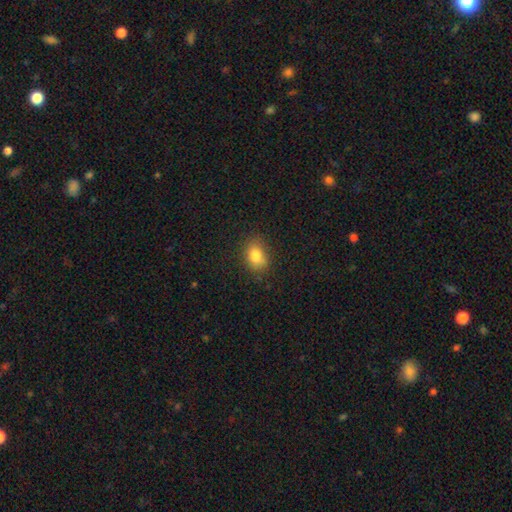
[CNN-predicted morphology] smooth_or_featured: smooth (p=0.82) [alt: star or artifact p=0.10]
how_rounded: in between (p=0.69) [alt: round p=0.30]
merging: none (p=0.76) [alt: minor disturbance p=0.18]